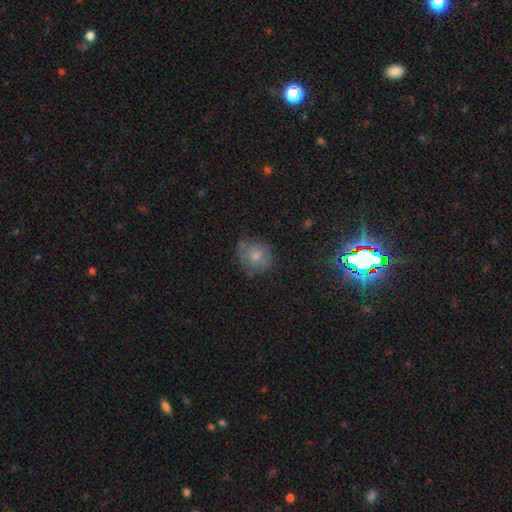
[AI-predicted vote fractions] smooth 73%, featured or disk 16%, star or artifact 11%. Down the decision tree: how rounded — round (70%); merging — none (65%).